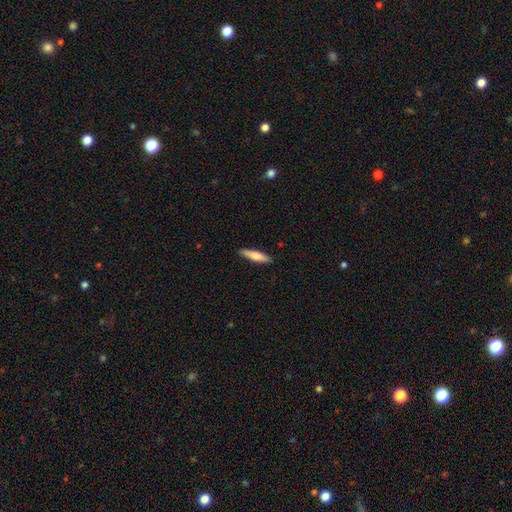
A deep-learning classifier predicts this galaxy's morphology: Smooth or featured? smooth (72%)
How rounded? cigar-shaped (78%)
Merging? none (89%)